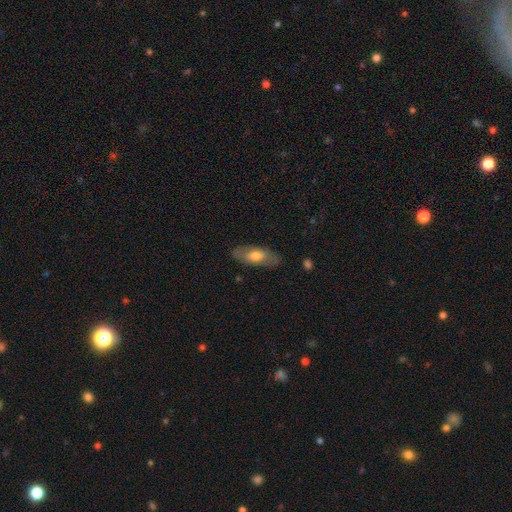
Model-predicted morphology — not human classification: This is likely a smooth galaxy (62%). How rounded: clearly in between (80%). Merging: clearly none (81%).